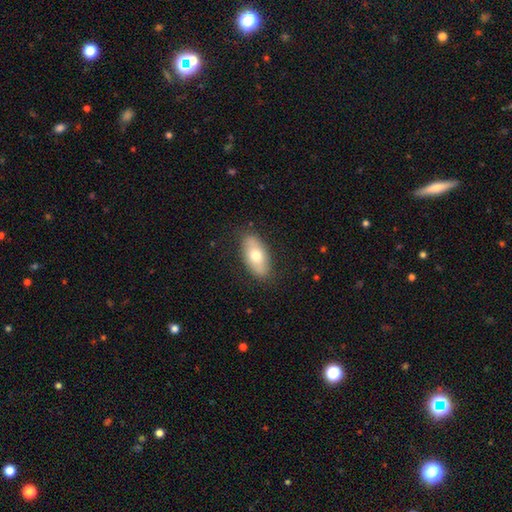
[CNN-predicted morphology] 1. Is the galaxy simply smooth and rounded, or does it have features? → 68% smooth, 26% featured or disk, 6% star or artifact.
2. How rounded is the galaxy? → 91% in between, 5% cigar-shaped, 4% round.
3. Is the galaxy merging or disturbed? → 85% none, 12% minor disturbance, 3% major disturbance, 1% merger.